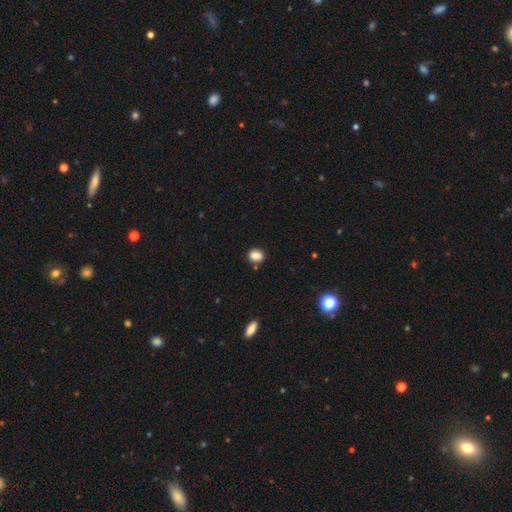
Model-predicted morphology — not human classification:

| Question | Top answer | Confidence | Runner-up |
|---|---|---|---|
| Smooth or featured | smooth | 86% | star or artifact (10%) |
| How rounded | in between | 52% | round (47%) |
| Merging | none | 81% | minor disturbance (12%) |